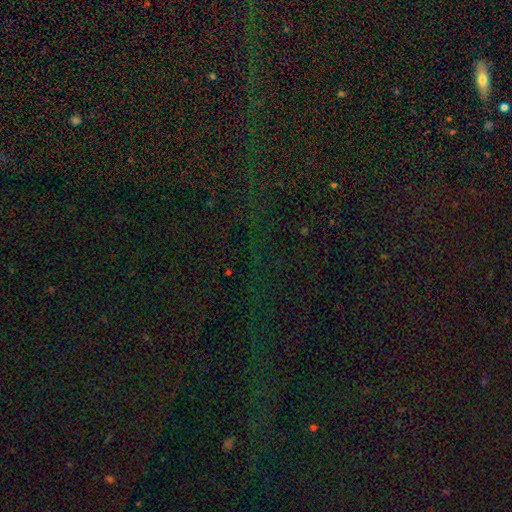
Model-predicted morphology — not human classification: This is clearly a star or artifact rather than a galaxy (80%).